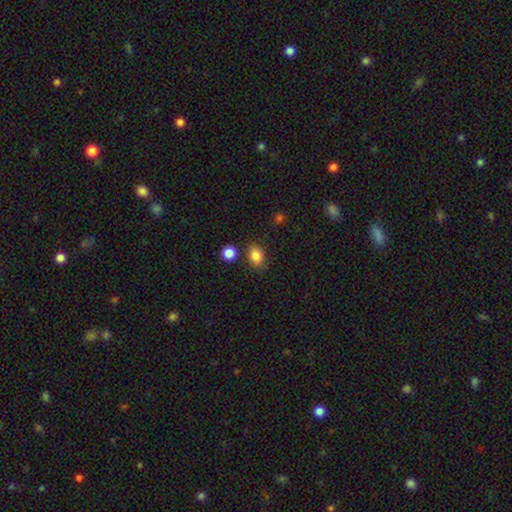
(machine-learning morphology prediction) Overall: smooth (84%). How rounded: in between (62%; round 37%). Merging: none (75%).